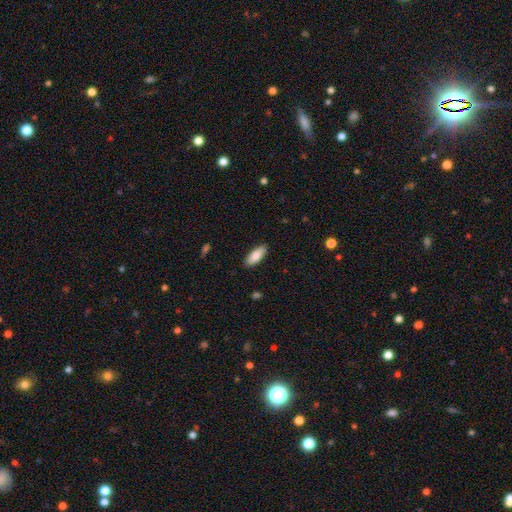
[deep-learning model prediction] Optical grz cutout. It shows a smooth galaxy with no disk features (86%) that is in between round and cigar-shaped (75%). Merging: none (88%).